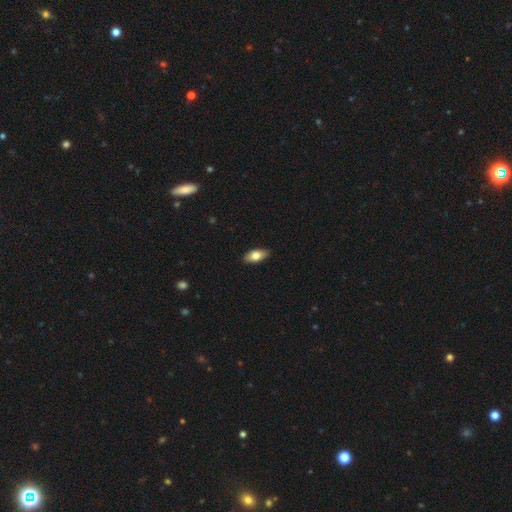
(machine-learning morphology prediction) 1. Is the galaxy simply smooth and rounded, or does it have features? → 78% smooth, 15% featured or disk, 6% star or artifact.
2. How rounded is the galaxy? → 90% in between, 7% cigar-shaped, 3% round.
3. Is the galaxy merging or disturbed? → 89% none, 9% minor disturbance, 2% major disturbance, 1% merger.